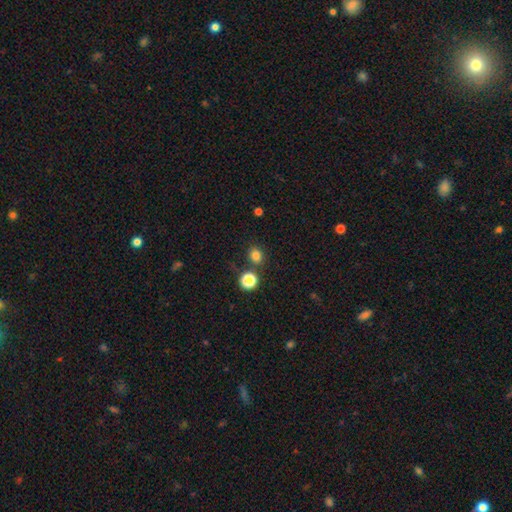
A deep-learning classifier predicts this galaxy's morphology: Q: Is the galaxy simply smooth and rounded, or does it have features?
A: smooth — 80%.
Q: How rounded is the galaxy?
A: round — 74%.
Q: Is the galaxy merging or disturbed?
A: none — 79%.